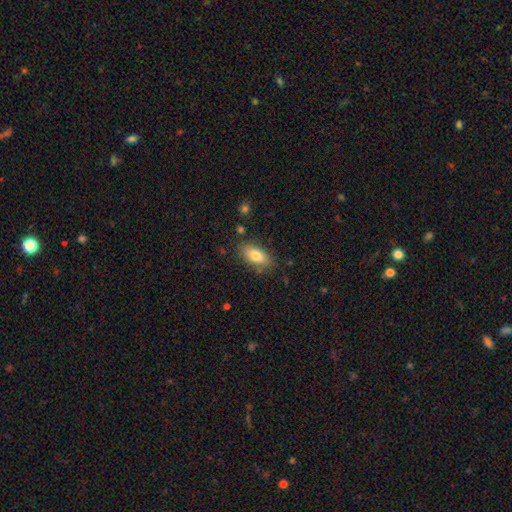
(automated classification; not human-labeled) Q: Smooth or featured?
A: smooth (79%); runner-up: featured or disk (14%)
Q: How rounded?
A: in between (88%); runner-up: cigar-shaped (7%)
Q: Merging?
A: none (81%); runner-up: minor disturbance (13%)